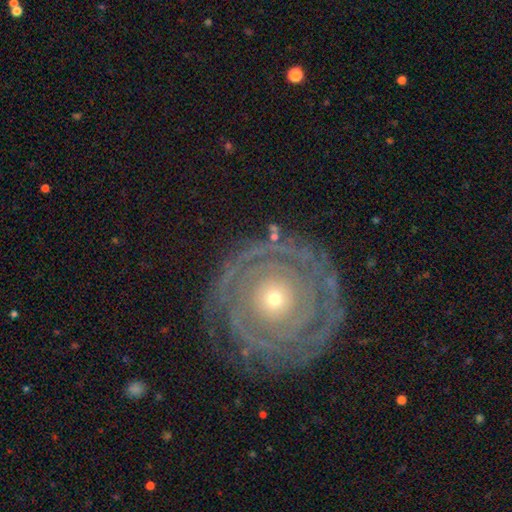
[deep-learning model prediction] Smooth or featured? Predicted: featured or disk (p=0.77). Edge-on disk? Predicted: no (p=0.96). Bar? Predicted: no (p=0.88). Spiral arms? Predicted: yes (p=0.75). Spiral winding? Predicted: tight (p=0.85). Spiral arm count? Predicted: can't tell (p=0.44). Bulge size? Predicted: small (p=0.67). Merging? Predicted: none (p=0.81).